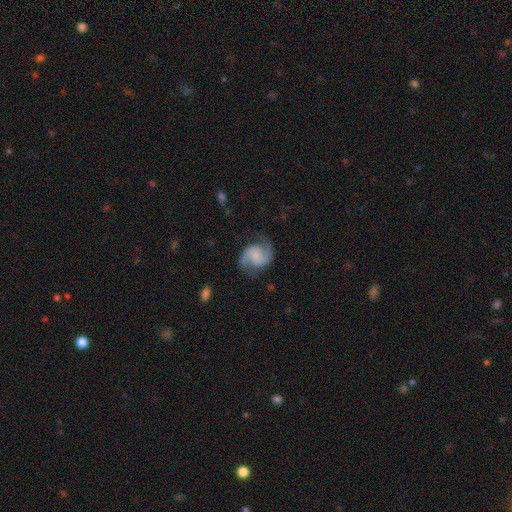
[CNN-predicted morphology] type=featured or disk (87%); edge-on=no (98%); bar=no (59%); spiral arms=yes (98%); winding=medium (55%); arm count=2 (94%); bulge=none (48%); merging=none (78%).